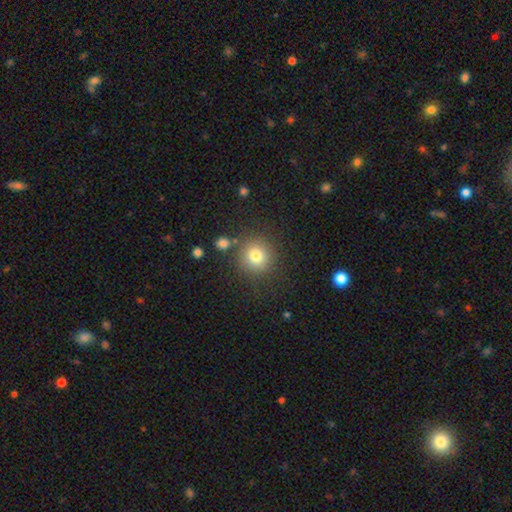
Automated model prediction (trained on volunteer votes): smooth_or_featured: smooth (p=0.77) [alt: star or artifact p=0.14]
how_rounded: round (p=0.93) [alt: in between p=0.06]
merging: none (p=0.83) [alt: minor disturbance p=0.09]